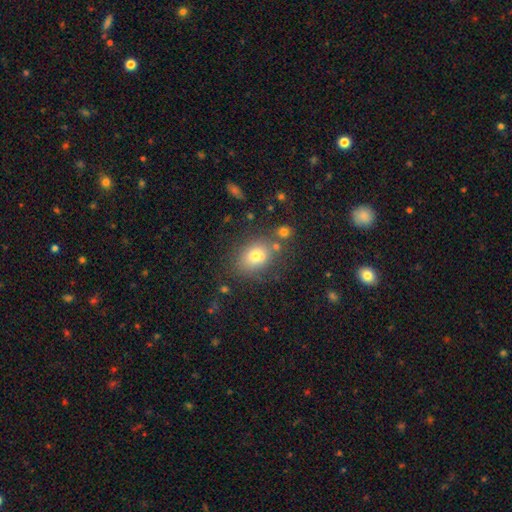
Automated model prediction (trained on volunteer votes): Smooth or featured: smooth — 74% (featured or disk — 13%)
How rounded: in between — 60% (round — 39%)
Merging: none — 67% (minor disturbance — 15%)